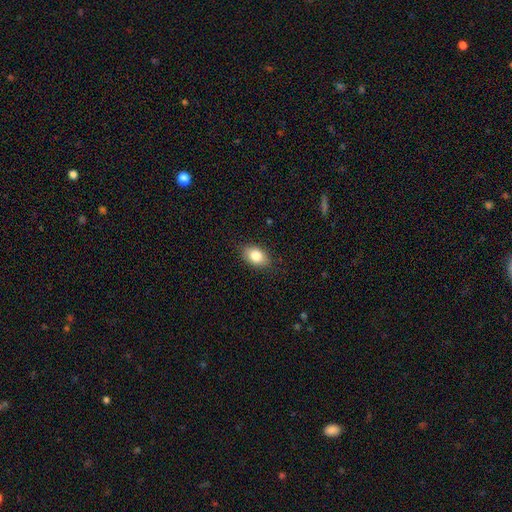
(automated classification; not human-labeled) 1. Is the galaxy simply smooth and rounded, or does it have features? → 83% smooth, 9% featured or disk, 8% star or artifact.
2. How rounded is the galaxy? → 86% in between, 12% round, 2% cigar-shaped.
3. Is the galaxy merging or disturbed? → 85% none, 11% minor disturbance, 3% major disturbance, 1% merger.